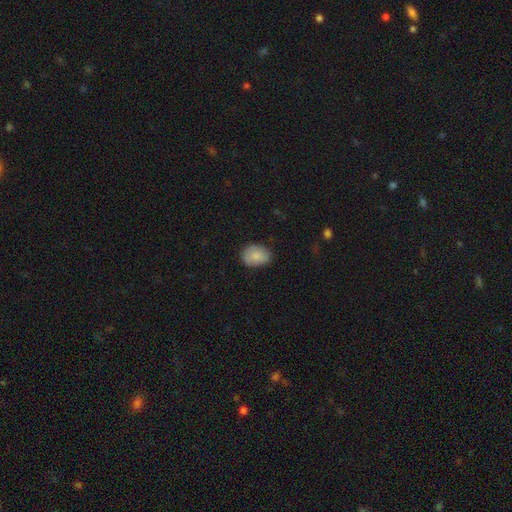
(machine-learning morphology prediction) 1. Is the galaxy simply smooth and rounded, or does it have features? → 84% smooth, 9% featured or disk, 7% star or artifact.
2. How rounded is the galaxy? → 71% in between, 28% round, 1% cigar-shaped.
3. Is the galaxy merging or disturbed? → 75% none, 20% minor disturbance, 4% major disturbance, 1% merger.